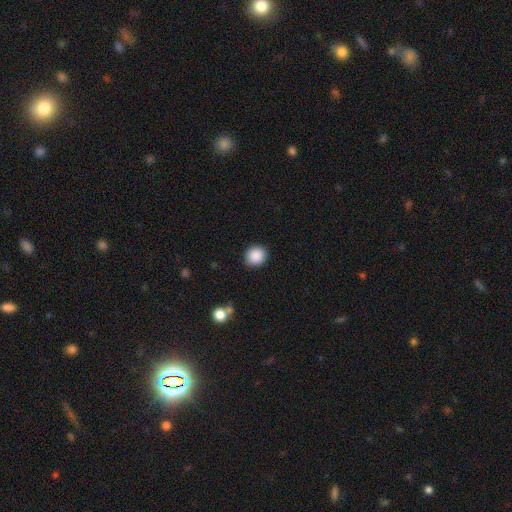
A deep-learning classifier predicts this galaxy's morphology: Q: Smooth or featured?
A: smooth (89%); runner-up: star or artifact (8%)
Q: How rounded?
A: round (84%); runner-up: in between (15%)
Q: Merging?
A: none (90%); runner-up: minor disturbance (6%)